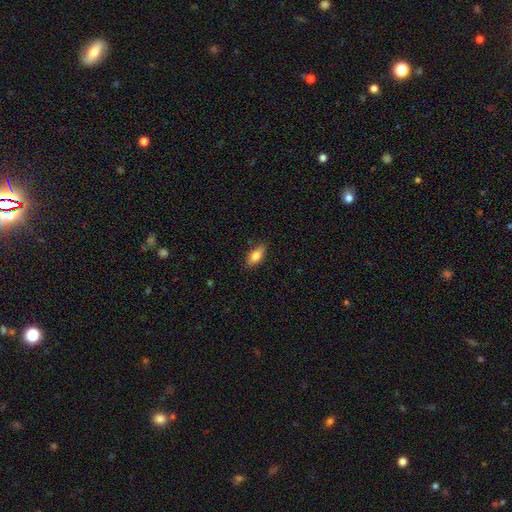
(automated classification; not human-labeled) Morphology: type=smooth (77%); roundness=in between (82%); merging=none (85%).